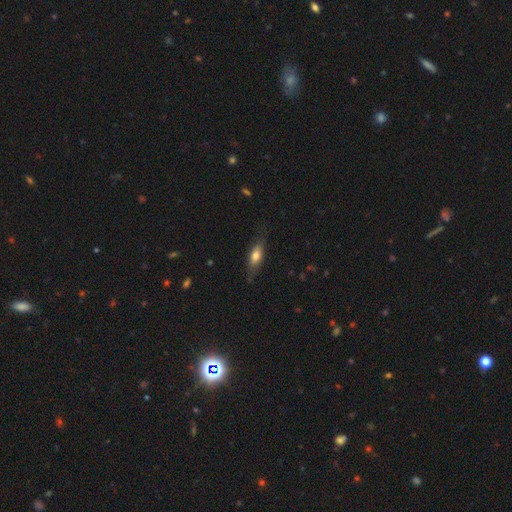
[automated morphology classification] Smooth or featured? smooth (64%)
How rounded? in between (59%)
Merging? none (74%)